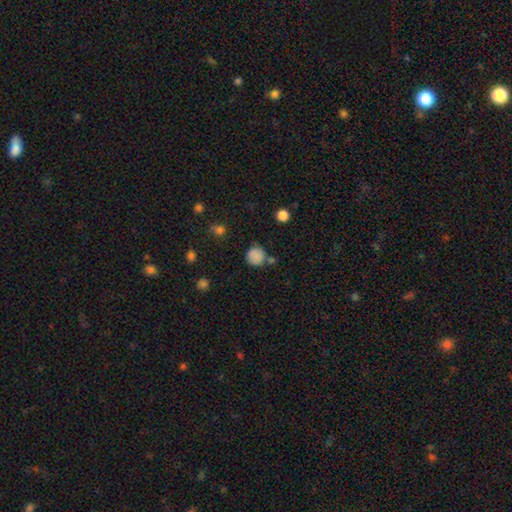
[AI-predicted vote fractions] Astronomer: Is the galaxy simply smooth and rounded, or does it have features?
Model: smooth — 84%.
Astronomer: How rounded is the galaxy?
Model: round — 89%.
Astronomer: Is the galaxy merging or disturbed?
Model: none — 67%.